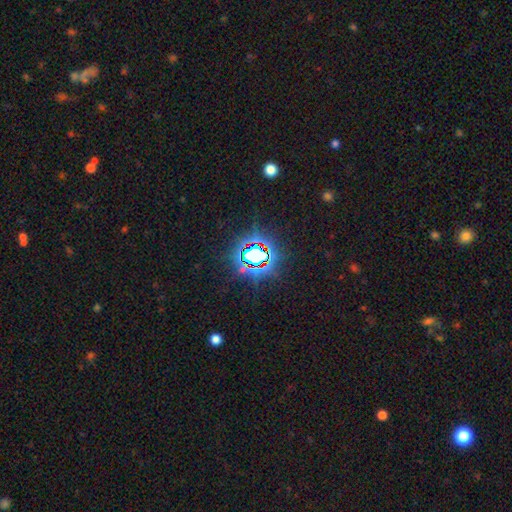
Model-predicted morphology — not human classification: Smooth or featured?
  - star or artifact: 79% *
  - smooth: 12%
  - featured or disk: 10%